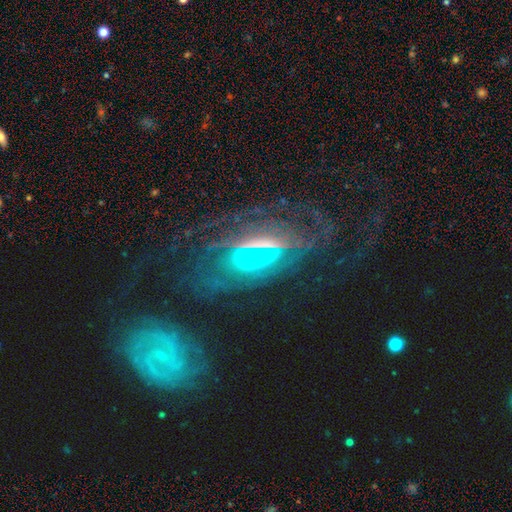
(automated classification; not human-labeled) This is likely a featured or disk galaxy (66%). It is likely not viewed edge-on (76%). Bar: possibly no (58%). Spiral arm pattern: likely yes (70%). Central bulge: marginally moderate (41%). Merging: likely none (67%).